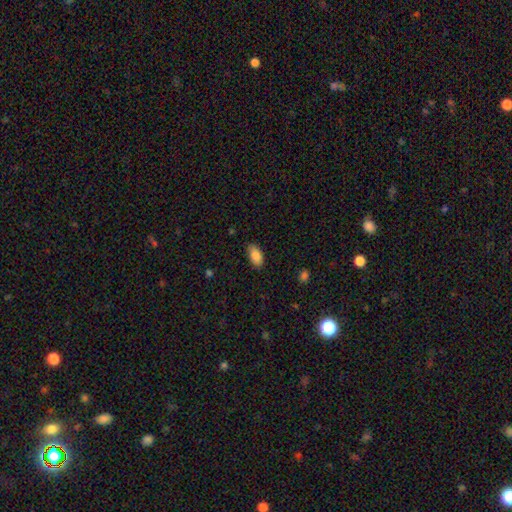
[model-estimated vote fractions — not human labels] Smooth or featured? smooth (86%)
How rounded? in between (93%)
Merging? none (81%)